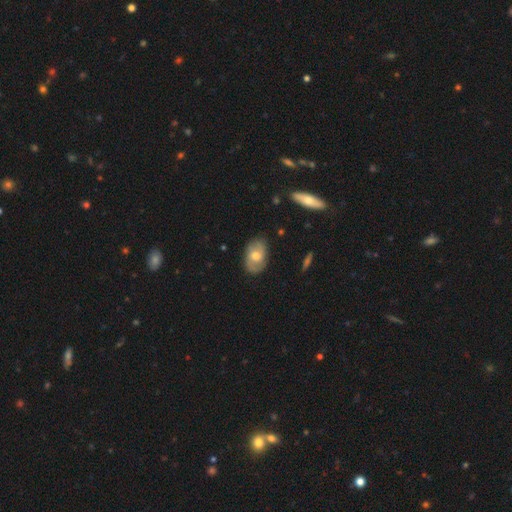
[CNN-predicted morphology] featured or disk 54%, smooth 39%, star or artifact 7%. Down the decision tree: edge-on disk — no (94%); bar — no (61%); spiral arms — yes (76%); bulge size — moderate (70%); merging — none (78%).